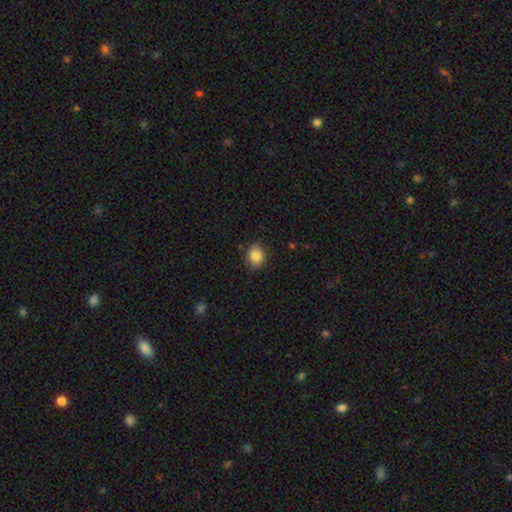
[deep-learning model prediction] The model was most divided on "how rounded": in between: 53%, round: 46%, cigar-shaped: 1%. More confident: smooth or featured — smooth (85%); merging — none (79%).